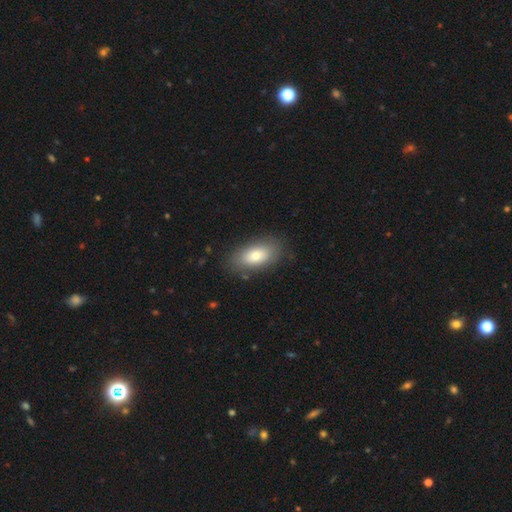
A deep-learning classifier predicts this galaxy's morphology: The model was most divided on "smooth or featured": smooth: 76%, featured or disk: 16%, star or artifact: 8%. More confident: how rounded — in between (90%); merging — none (84%).